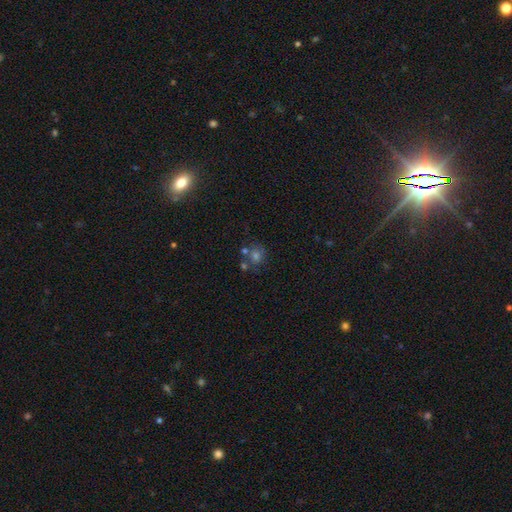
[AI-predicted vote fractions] This appears to be a smooth galaxy with no disk features (51%) that is round (79%). Merging: none (60%).